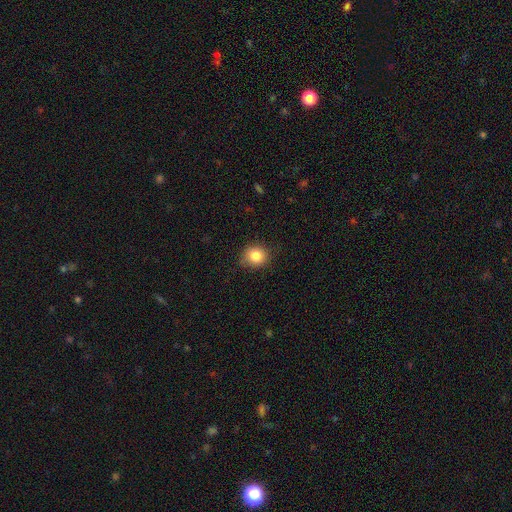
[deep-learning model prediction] This is clearly a smooth galaxy (84%). How rounded: clearly round (82%). Merging: clearly none (82%).